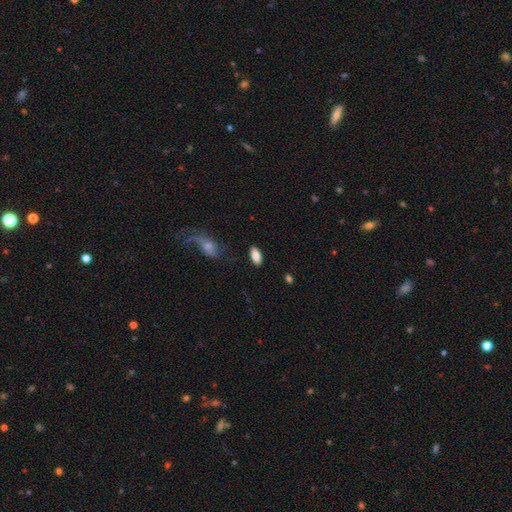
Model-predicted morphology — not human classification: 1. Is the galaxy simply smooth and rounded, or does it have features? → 84% smooth, 9% featured or disk, 7% star or artifact.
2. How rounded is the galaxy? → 91% in between, 7% cigar-shaped, 3% round.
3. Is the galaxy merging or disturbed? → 85% none, 10% minor disturbance, 3% major disturbance, 2% merger.